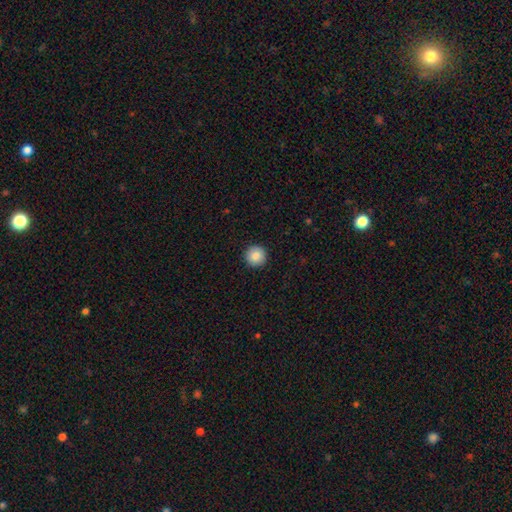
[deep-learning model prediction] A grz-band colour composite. It shows a smooth galaxy with no disk features (87%) that is round (96%). Merging: none (93%).